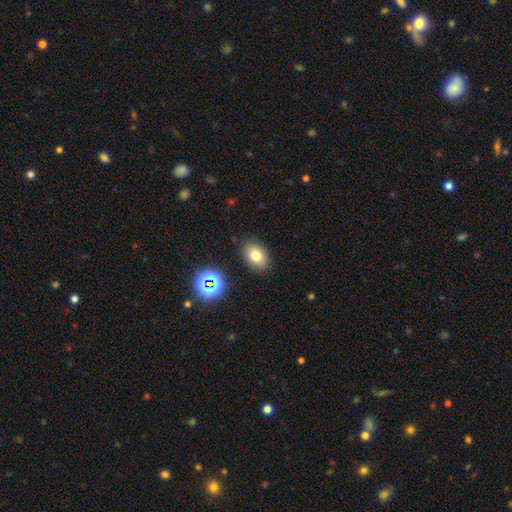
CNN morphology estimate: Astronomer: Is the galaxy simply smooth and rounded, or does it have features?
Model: smooth — 74%.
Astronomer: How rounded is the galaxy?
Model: in between — 79%.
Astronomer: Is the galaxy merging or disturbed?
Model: none — 85%.